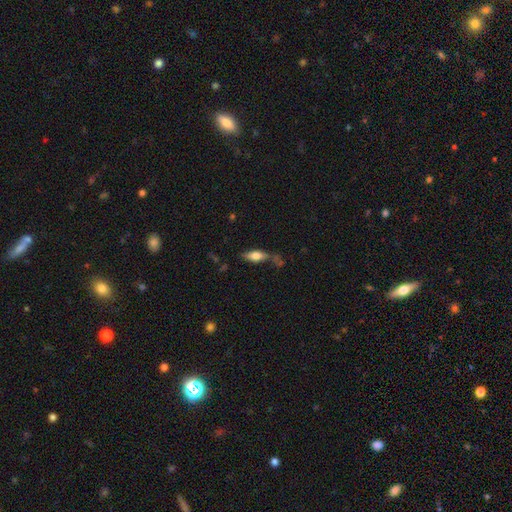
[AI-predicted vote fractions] This appears to be a smooth galaxy with no disk features (63%) that is in between round and cigar-shaped (71%). Merging: none (58%).